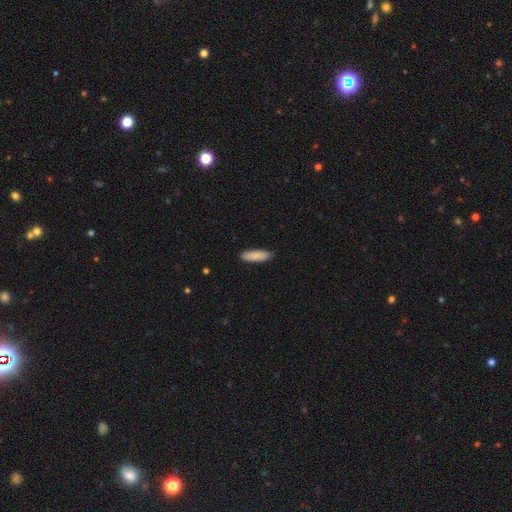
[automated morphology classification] smooth 88%, featured or disk 7%, star or artifact 6%. Down the decision tree: how rounded — cigar-shaped (53%); merging — none (88%).